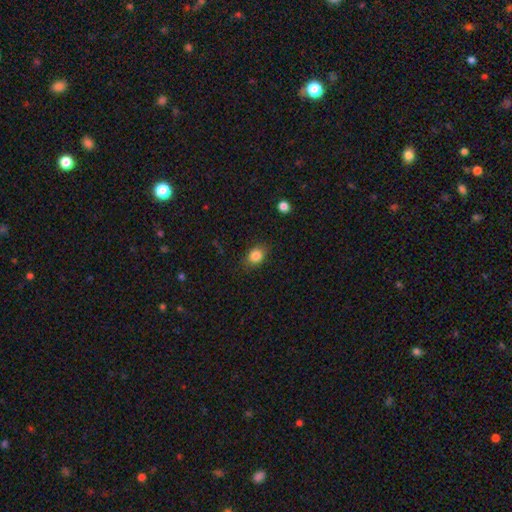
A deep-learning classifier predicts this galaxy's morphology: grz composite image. It shows a smooth galaxy with no disk features (84%) that is in between round and cigar-shaped (57%). Merging: none (83%).